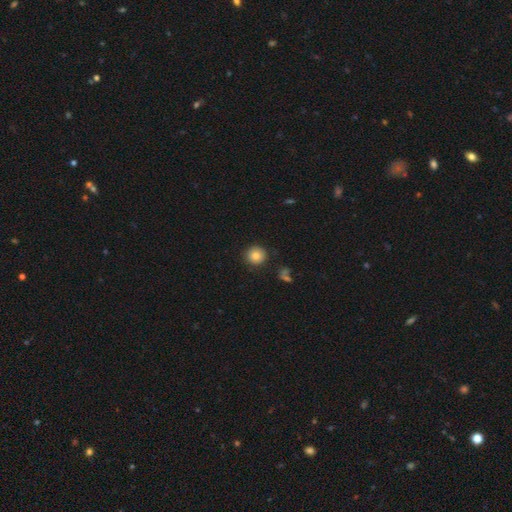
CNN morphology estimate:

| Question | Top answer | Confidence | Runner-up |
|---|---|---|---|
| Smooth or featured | smooth | 83% | star or artifact (10%) |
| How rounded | round | 91% | in between (8%) |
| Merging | none | 89% | minor disturbance (7%) |